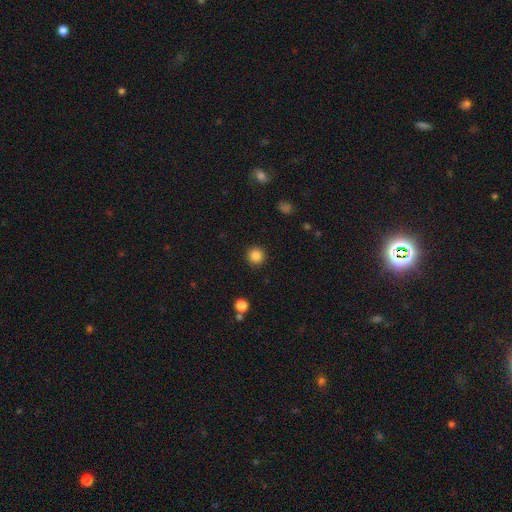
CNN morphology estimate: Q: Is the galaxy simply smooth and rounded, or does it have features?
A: smooth — 85%.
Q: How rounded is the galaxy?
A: round — 95%.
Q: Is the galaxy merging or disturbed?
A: none — 92%.